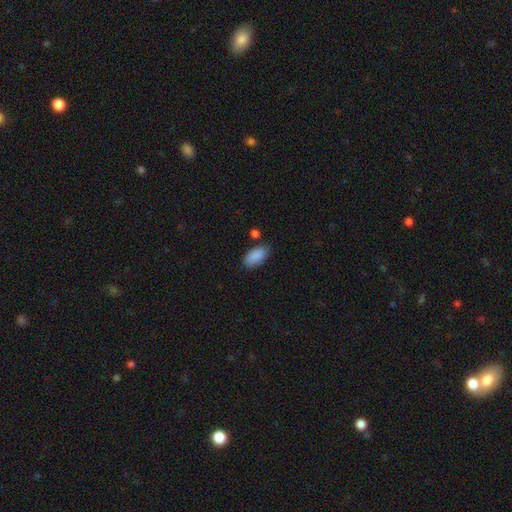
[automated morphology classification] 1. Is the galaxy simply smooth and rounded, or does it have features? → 89% smooth, 7% star or artifact, 4% featured or disk.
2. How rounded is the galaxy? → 94% in between, 3% cigar-shaped, 3% round.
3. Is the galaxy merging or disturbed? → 74% none, 18% minor disturbance, 4% merger, 4% major disturbance.